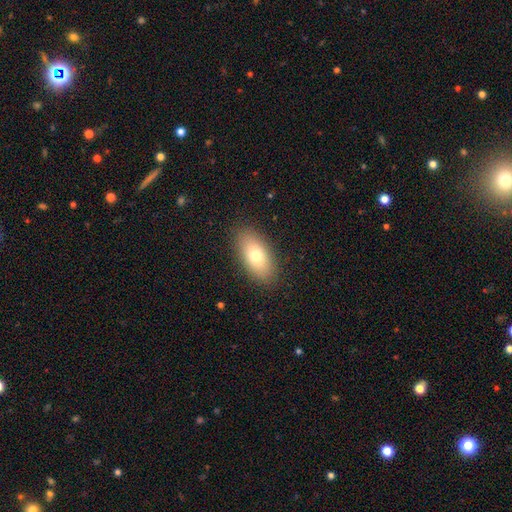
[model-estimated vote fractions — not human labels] Smooth or featured?
  - smooth: 75% *
  - featured or disk: 17%
  - star or artifact: 8%
How rounded?
  - in between: 90% *
  - cigar-shaped: 6%
  - round: 4%
Merging?
  - none: 88% *
  - minor disturbance: 9%
  - major disturbance: 3%
  - merger: 1%